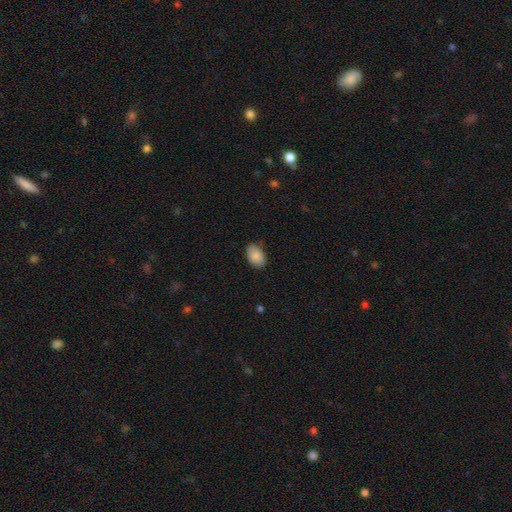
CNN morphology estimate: This is clearly a smooth galaxy (89%). How rounded: clearly in between (90%). Merging: clearly none (81%).